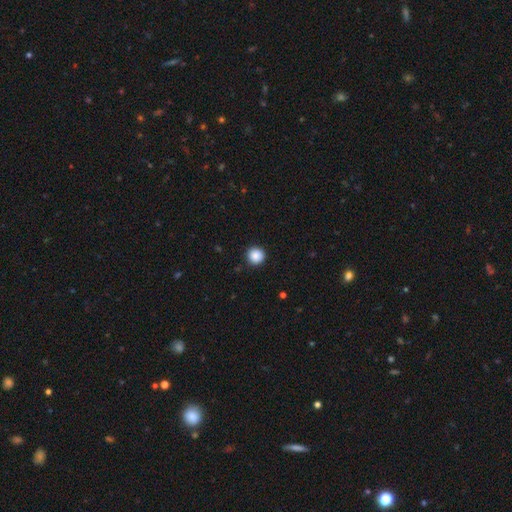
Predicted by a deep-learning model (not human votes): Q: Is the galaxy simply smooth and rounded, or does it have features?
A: smooth — 88%.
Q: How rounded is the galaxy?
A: round — 95%.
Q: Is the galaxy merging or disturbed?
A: none — 91%.